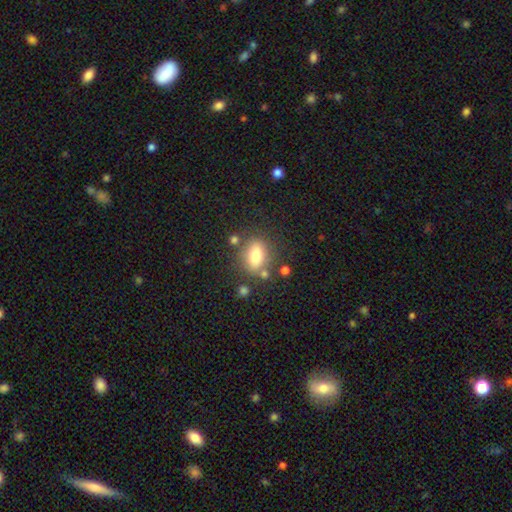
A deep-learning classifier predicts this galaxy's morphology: smooth 74%, featured or disk 16%, star or artifact 10%. Down the decision tree: how rounded — in between (72%); merging — none (74%).